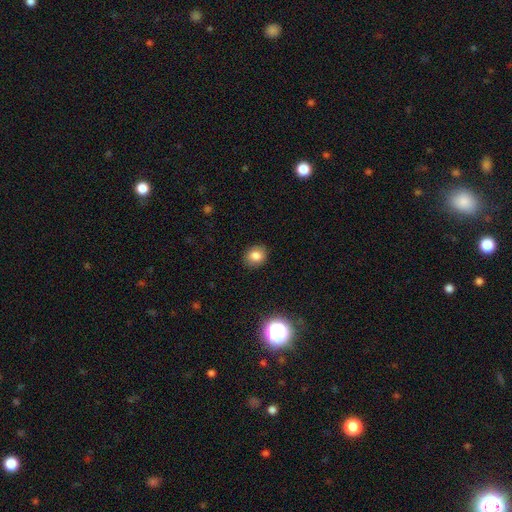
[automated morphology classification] Overall: smooth (81%). How rounded: round (67%; in between 32%). Merging: none (88%).